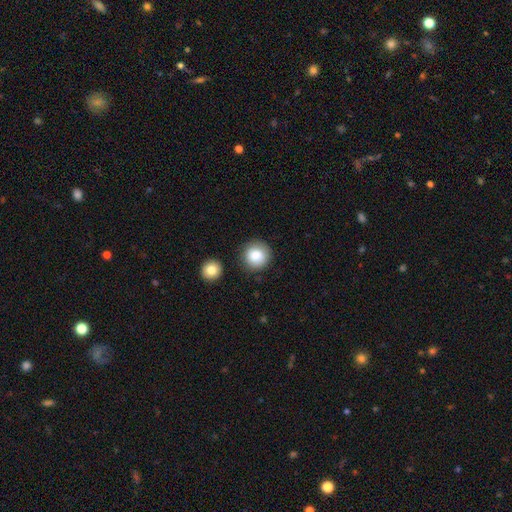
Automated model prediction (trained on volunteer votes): smooth-or-featured: smooth: 84% | star or artifact: 9% | featured or disk: 8%
  how-rounded: round: 94% | in between: 5% | cigar-shaped: 1%
  merging: none: 84% | minor disturbance: 9% | merger: 4% | major disturbance: 3%